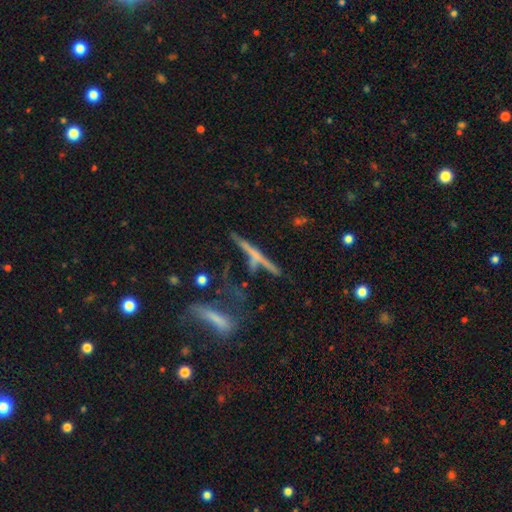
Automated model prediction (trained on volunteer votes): featured or disk 56%, smooth 30%, star or artifact 14%. Down the decision tree: edge-on disk — yes (87%); merging — none (55%).